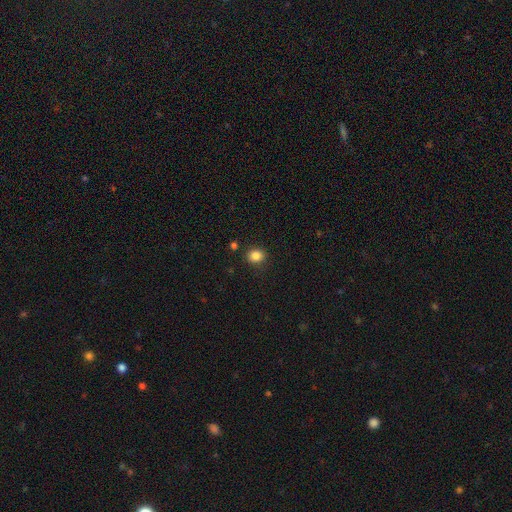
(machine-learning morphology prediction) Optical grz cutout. It shows a smooth galaxy with no disk features (85%) that is round (73%). Merging: none (86%).